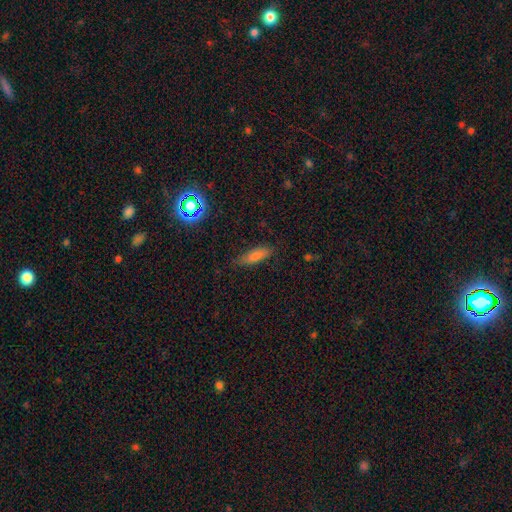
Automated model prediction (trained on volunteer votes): This appears to be a smooth galaxy with no disk features (69%) that is cigar-shaped (52%). Merging: none (81%).